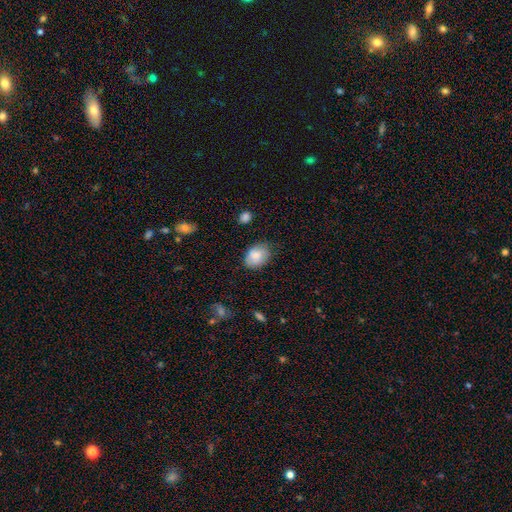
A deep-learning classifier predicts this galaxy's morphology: The model was most divided on "merging": none: 70%, minor disturbance: 24%, major disturbance: 4%, merger: 2%. More confident: smooth or featured — smooth (81%); how rounded — in between (73%).